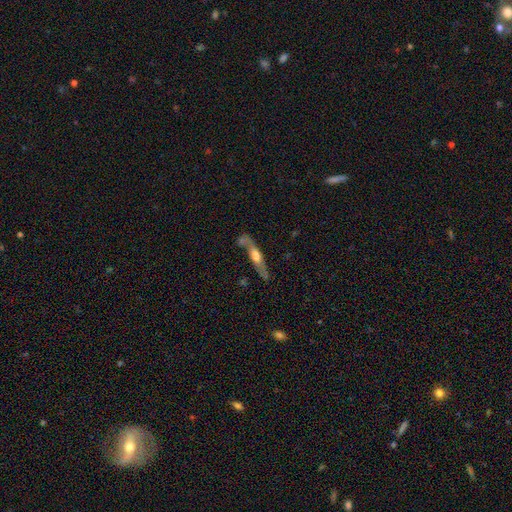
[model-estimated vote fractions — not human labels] This is possibly a featured or disk galaxy (60%). It is likely viewed edge-on (73%). Merging: possibly none (57%).